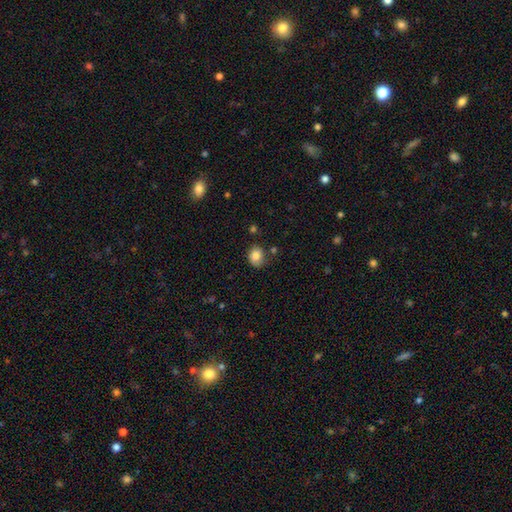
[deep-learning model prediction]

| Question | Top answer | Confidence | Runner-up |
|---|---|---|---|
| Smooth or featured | smooth | 84% | star or artifact (9%) |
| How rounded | round | 58% | in between (41%) |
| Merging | none | 70% | minor disturbance (21%) |